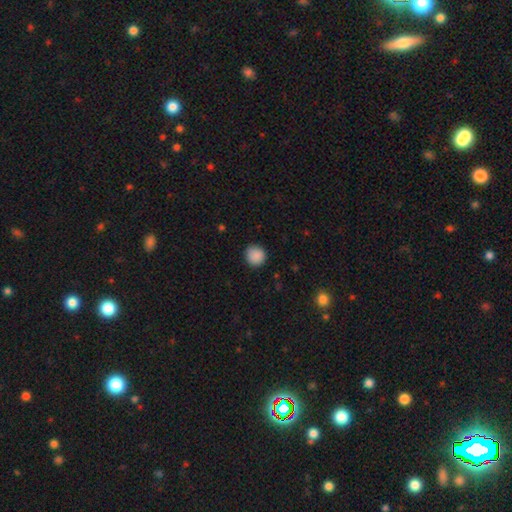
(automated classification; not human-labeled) Smooth or featured? Predicted: smooth (p=0.89). How rounded? Predicted: round (p=0.92). Merging? Predicted: none (p=0.88).